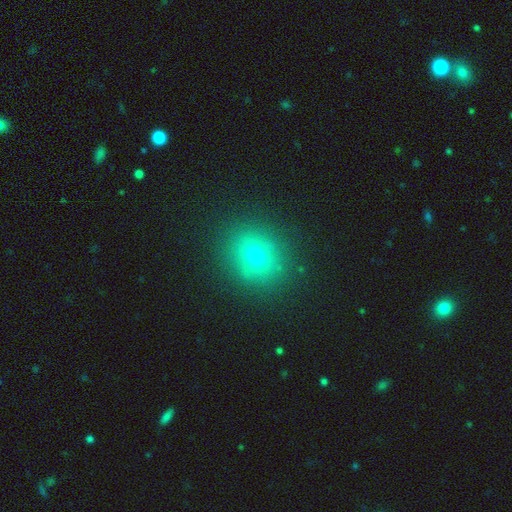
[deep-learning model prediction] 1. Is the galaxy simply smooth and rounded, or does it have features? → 69% smooth, 19% star or artifact, 12% featured or disk.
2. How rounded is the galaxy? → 73% round, 26% in between, 1% cigar-shaped.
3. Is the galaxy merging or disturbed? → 87% none, 8% minor disturbance, 3% major disturbance, 1% merger.